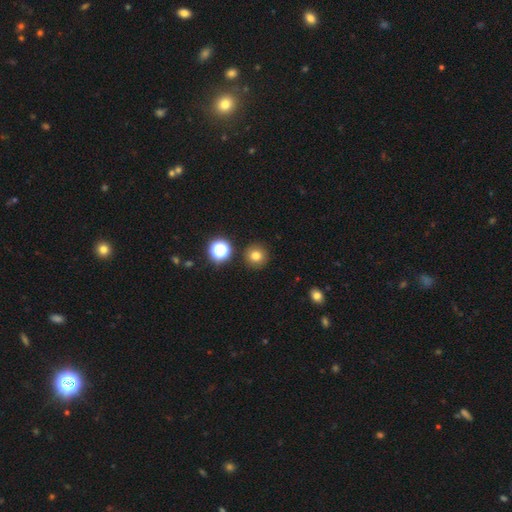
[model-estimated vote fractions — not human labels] Q: Smooth or featured?
A: smooth (76%); runner-up: star or artifact (16%)
Q: How rounded?
A: round (94%); runner-up: in between (5%)
Q: Merging?
A: none (89%); runner-up: minor disturbance (6%)